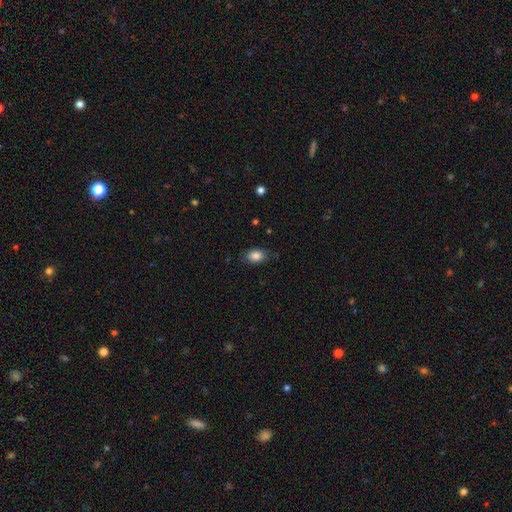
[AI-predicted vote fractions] Smooth or featured?
  - smooth: 85% *
  - star or artifact: 8%
  - featured or disk: 7%
How rounded?
  - in between: 83% *
  - round: 15%
  - cigar-shaped: 2%
Merging?
  - none: 78% *
  - minor disturbance: 17%
  - major disturbance: 4%
  - merger: 1%